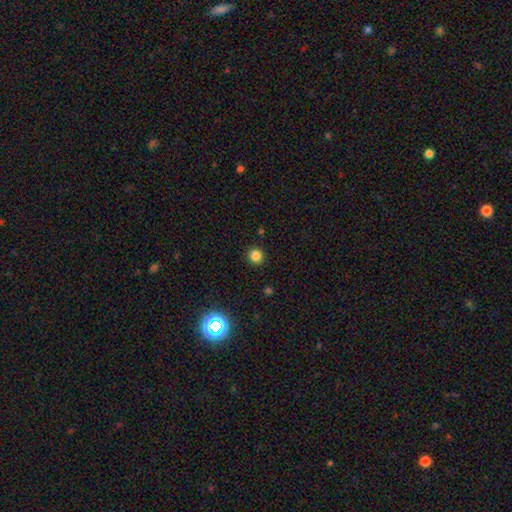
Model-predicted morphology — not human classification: Q: Smooth or featured?
A: smooth (81%); runner-up: star or artifact (14%)
Q: How rounded?
A: round (94%); runner-up: in between (5%)
Q: Merging?
A: none (91%); runner-up: minor disturbance (6%)